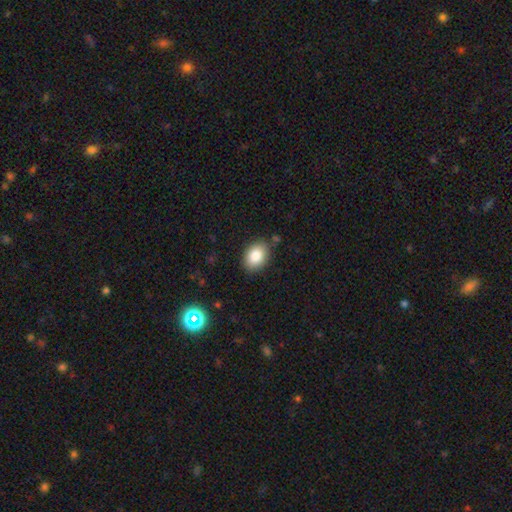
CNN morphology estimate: Overall: smooth (85%). How rounded: in between (78%). Merging: none (83%).